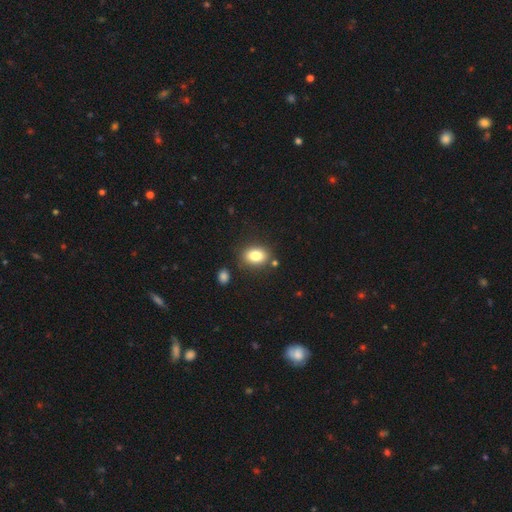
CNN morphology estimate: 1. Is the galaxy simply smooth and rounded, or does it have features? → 82% smooth, 9% star or artifact, 9% featured or disk.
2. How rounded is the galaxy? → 73% in between, 25% round, 1% cigar-shaped.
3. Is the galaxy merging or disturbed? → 80% none, 11% minor disturbance, 6% merger, 3% major disturbance.